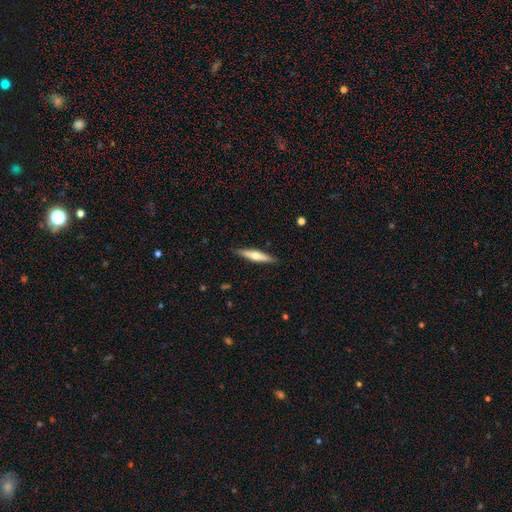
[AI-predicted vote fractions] A featured or disk galaxy (50%).

Vote fractions:
- Smooth or featured? featured or disk: 50% / smooth: 45% / star or artifact: 5%
- Merging? none: 89% / minor disturbance: 8% / major disturbance: 2% / merger: 1%